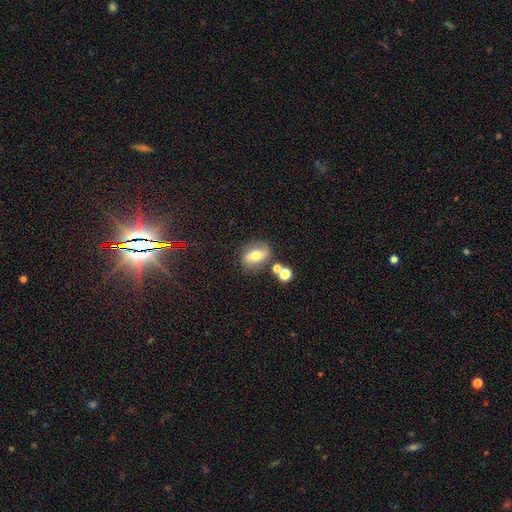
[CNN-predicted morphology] type=smooth (51%); roundness=in between (69%); merging=none (71%).